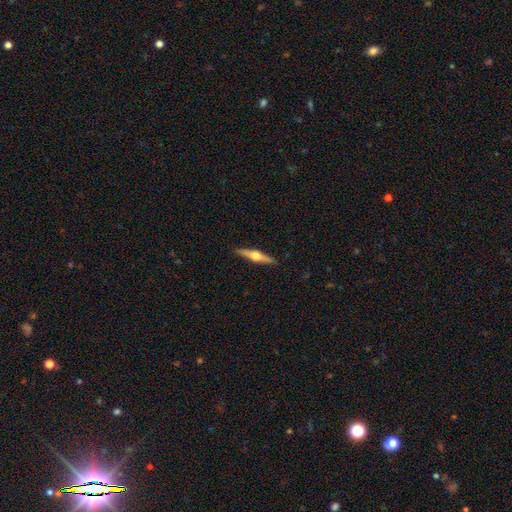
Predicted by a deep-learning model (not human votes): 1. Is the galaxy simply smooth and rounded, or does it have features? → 74% featured or disk, 21% smooth, 5% star or artifact.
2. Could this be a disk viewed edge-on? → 98% yes, 2% no.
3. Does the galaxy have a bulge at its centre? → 95% rounded, 3% boxy, 2% none.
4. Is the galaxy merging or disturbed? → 91% none, 6% minor disturbance, 1% major disturbance, 1% merger.